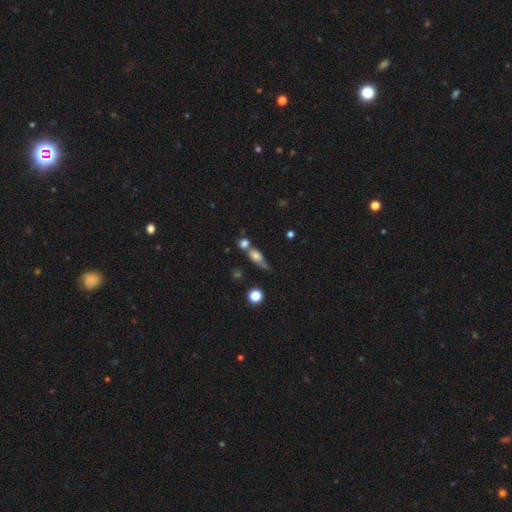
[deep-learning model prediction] Smooth or featured?
  - smooth: 63% *
  - featured or disk: 25%
  - star or artifact: 12%
How rounded?
  - in between: 49% *
  - cigar-shaped: 33%
  - round: 18%
Merging?
  - merger: 38% *
  - none: 34%
  - minor disturbance: 17%
  - major disturbance: 11%